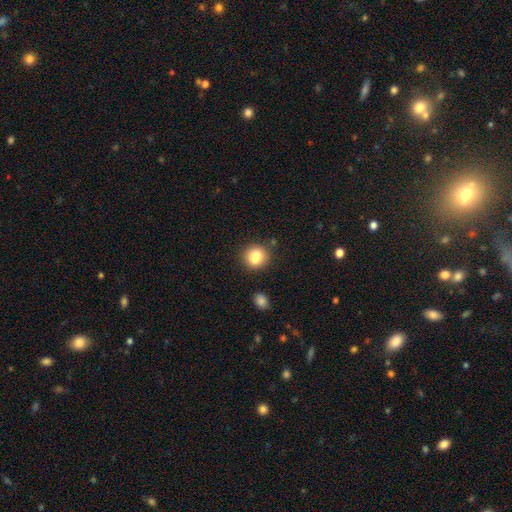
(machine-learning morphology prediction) Overall: smooth (82%). How rounded: round (74%). Merging: none (75%).